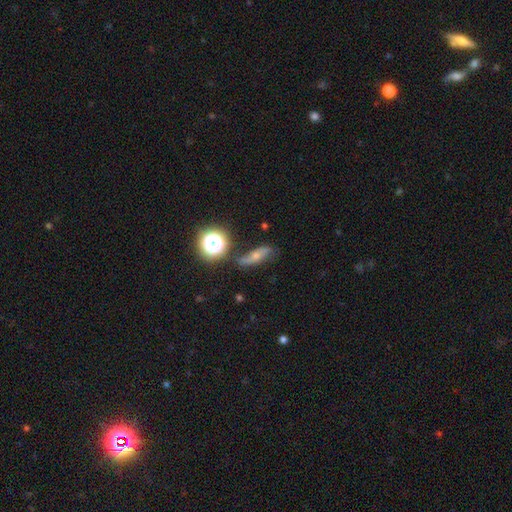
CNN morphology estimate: Smooth or featured?
  - featured or disk: 43% *
  - smooth: 41%
  - star or artifact: 16%
Merging?
  - none: 65% *
  - minor disturbance: 22%
  - major disturbance: 8%
  - merger: 5%